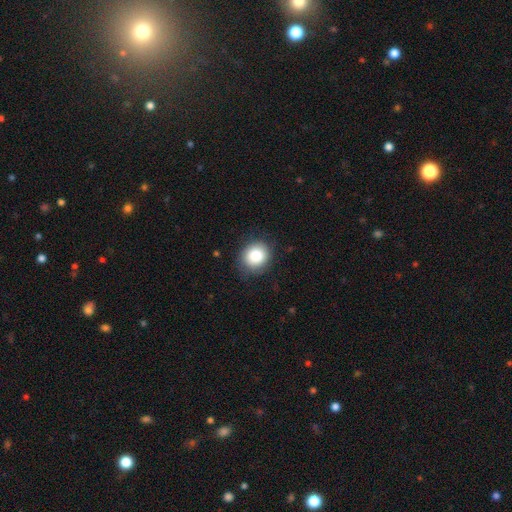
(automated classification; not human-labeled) smooth 87%, star or artifact 8%, featured or disk 5%. Down the decision tree: how rounded — round (76%); merging — none (83%).